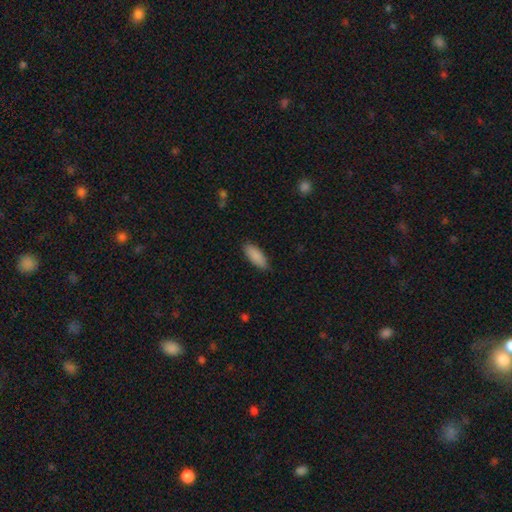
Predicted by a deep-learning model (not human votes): Overall: smooth (89%). How rounded: in between (74%). Merging: none (84%).